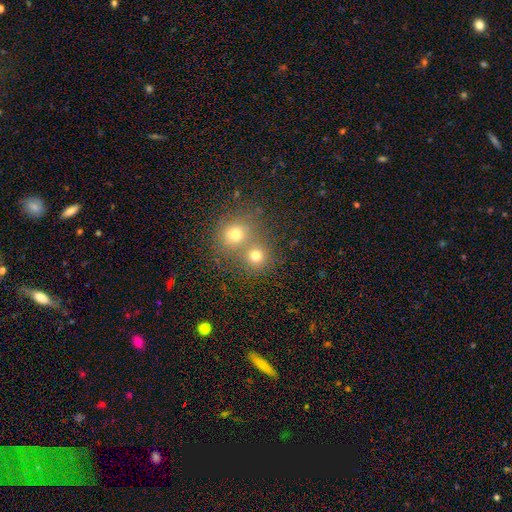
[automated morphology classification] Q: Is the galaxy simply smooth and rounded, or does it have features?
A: smooth — 74%.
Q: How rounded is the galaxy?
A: round — 87%.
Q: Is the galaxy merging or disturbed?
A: none — 48%.